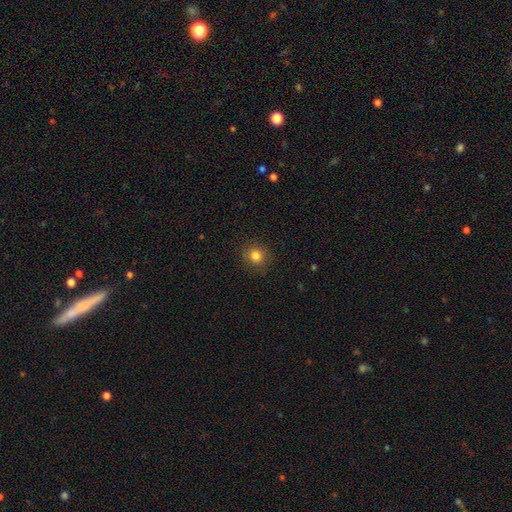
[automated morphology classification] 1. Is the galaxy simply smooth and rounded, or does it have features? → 82% smooth, 12% star or artifact, 6% featured or disk.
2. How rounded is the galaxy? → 87% round, 12% in between, 1% cigar-shaped.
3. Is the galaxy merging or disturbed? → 88% none, 9% minor disturbance, 3% major disturbance, 1% merger.